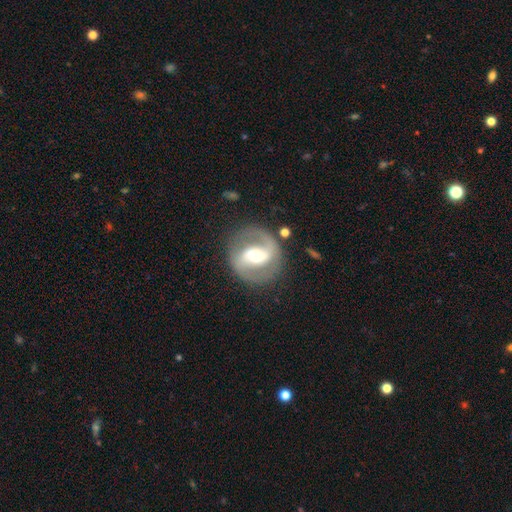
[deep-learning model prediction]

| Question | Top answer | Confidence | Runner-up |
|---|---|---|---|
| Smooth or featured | featured or disk | 82% | smooth (13%) |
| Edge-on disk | no | 97% | yes (3%) |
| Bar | strong | 45% | weak (36%) |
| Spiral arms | yes | 85% | no (15%) |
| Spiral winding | medium | 54% | loose (24%) |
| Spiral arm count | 2 | 89% | can't tell (4%) |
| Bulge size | moderate | 69% | small (18%) |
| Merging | none | 83% | minor disturbance (10%) |